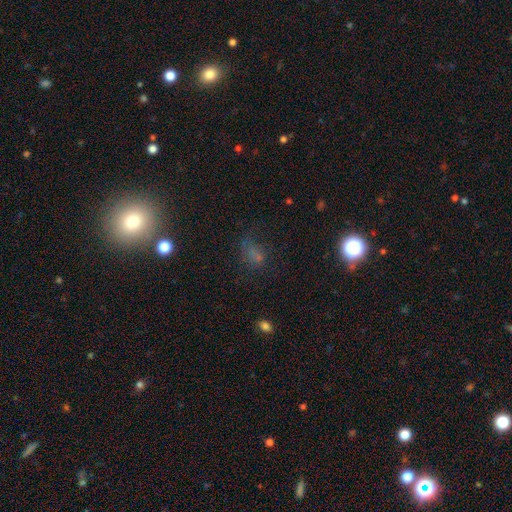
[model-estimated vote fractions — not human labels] Smooth or featured?
  - smooth: 47% *
  - star or artifact: 39%
  - featured or disk: 13%
Merging?
  - none: 54% *
  - minor disturbance: 21%
  - major disturbance: 20%
  - merger: 5%